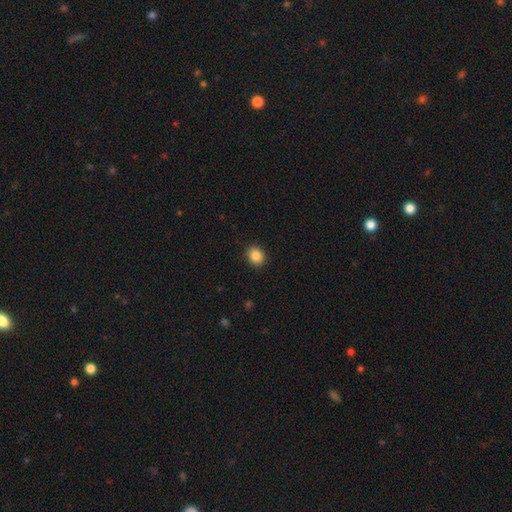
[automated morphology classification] This is clearly a smooth galaxy (86%). How rounded: likely round (63%). Merging: clearly none (90%).